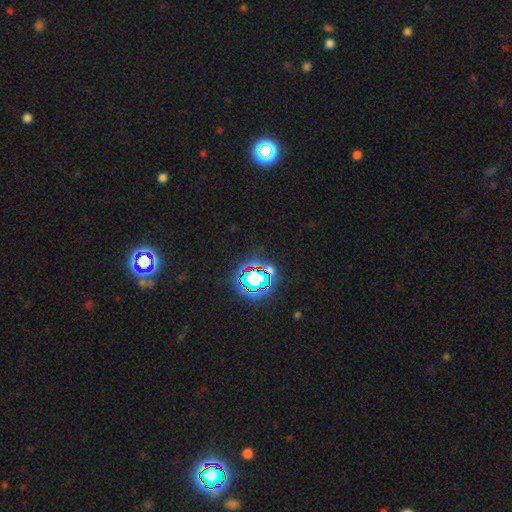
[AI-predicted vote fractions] smooth-or-featured: star or artifact: 80% | smooth: 12% | featured or disk: 8%